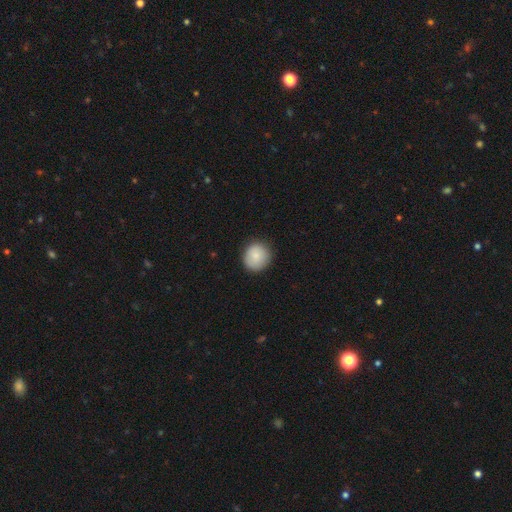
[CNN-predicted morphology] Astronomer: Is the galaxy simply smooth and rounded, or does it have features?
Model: smooth — 86%.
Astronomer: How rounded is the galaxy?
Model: round — 89%.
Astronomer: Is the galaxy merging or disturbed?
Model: none — 88%.